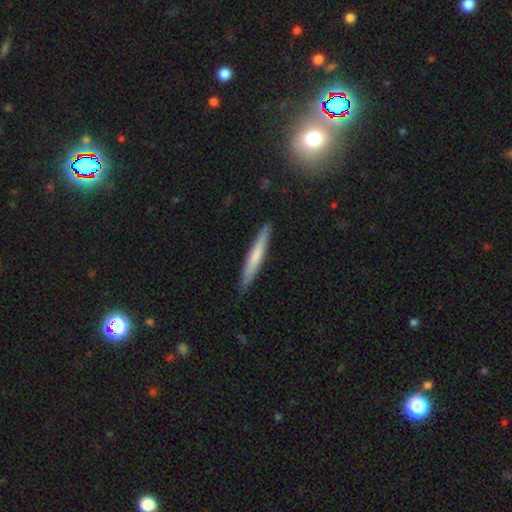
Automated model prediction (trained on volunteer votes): This appears to be a smooth galaxy with no disk features (64%) that is cigar-shaped (95%). Merging: none (89%).